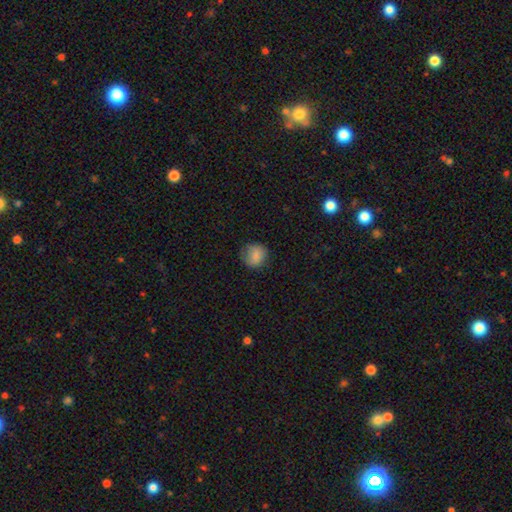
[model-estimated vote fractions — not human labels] Smooth or featured?
  - smooth: 84% *
  - star or artifact: 9%
  - featured or disk: 7%
How rounded?
  - round: 87% *
  - in between: 12%
  - cigar-shaped: 1%
Merging?
  - none: 76% *
  - minor disturbance: 18%
  - major disturbance: 5%
  - merger: 1%